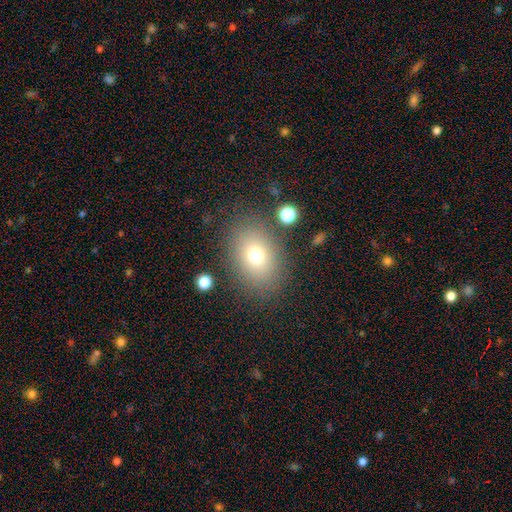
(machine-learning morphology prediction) Smooth or featured? smooth (73%)
How rounded? in between (69%)
Merging? none (82%)